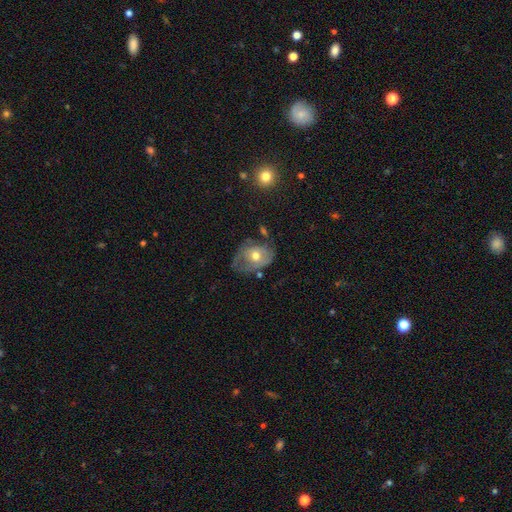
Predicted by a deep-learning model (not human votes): smooth-or-featured: smooth: 46% (tied) | featured or disk: 46% (tied) | star or artifact: 8%
  merging: none: 39% | minor disturbance: 33% | major disturbance: 22% | merger: 6%